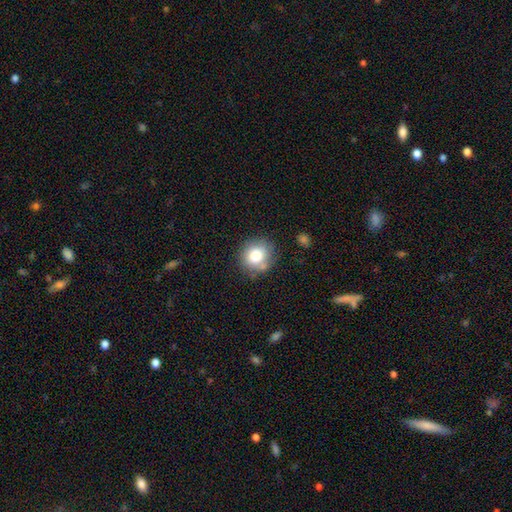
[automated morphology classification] Smooth or featured: smooth — 80% (featured or disk — 11%)
How rounded: round — 77% (in between — 23%)
Merging: none — 71% (minor disturbance — 18%)